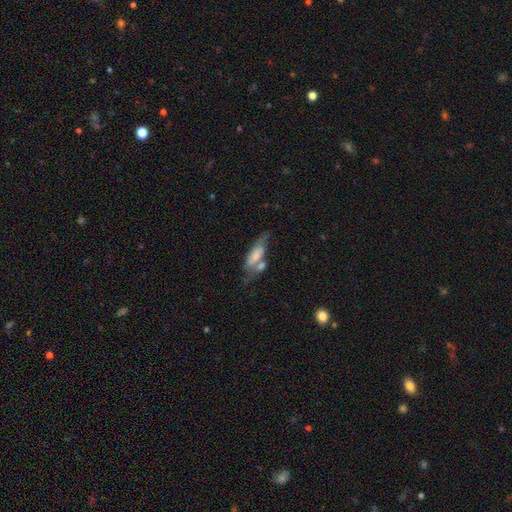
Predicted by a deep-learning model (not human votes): smooth_or_featured: smooth (p=0.57) [alt: featured or disk p=0.37]
how_rounded: in between (p=0.59) [alt: cigar-shaped p=0.38]
merging: none (p=0.37) [alt: merger p=0.31]